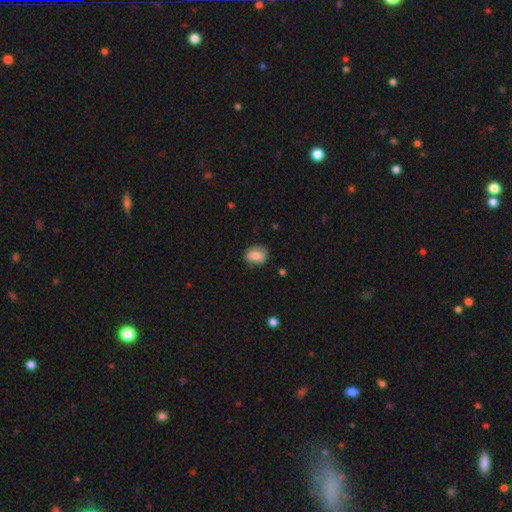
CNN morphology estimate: type=smooth (80%); roundness=in between (66%); merging=none (74%).